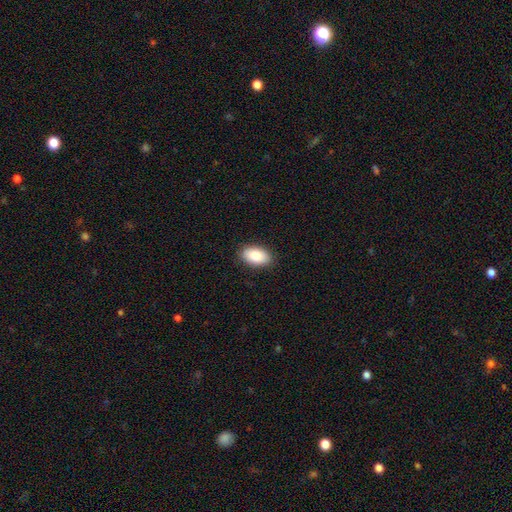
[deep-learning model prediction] This is clearly a smooth galaxy (87%). How rounded: clearly in between (94%). Merging: clearly none (88%).